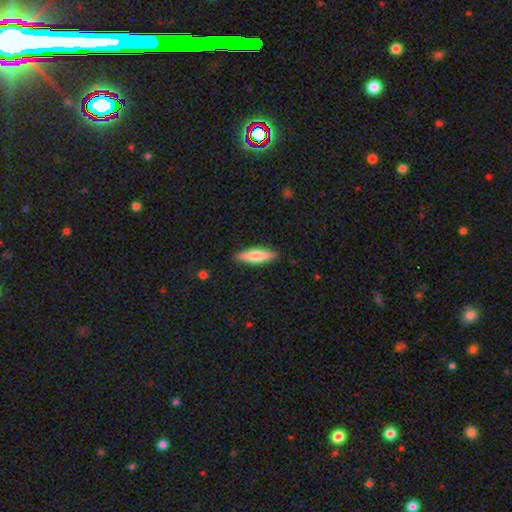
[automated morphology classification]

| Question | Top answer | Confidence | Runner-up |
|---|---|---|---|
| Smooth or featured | smooth | 69% | featured or disk (25%) |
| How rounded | cigar-shaped | 64% | in between (34%) |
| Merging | none | 89% | minor disturbance (8%) |